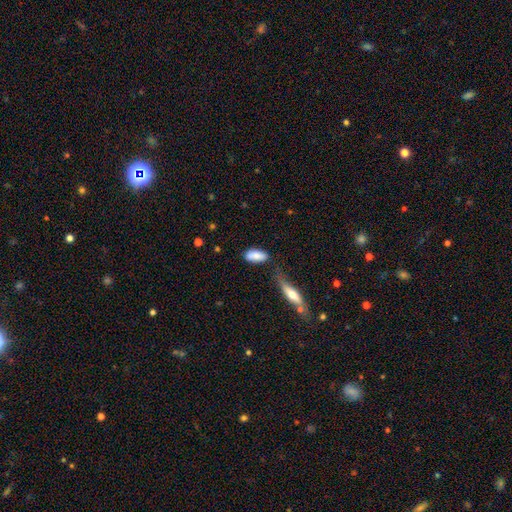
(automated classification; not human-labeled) smooth_or_featured: smooth (p=0.82) [alt: featured or disk p=0.11]
how_rounded: in between (p=0.86) [alt: cigar-shaped p=0.12]
merging: none (p=0.62) [alt: minor disturbance p=0.22]